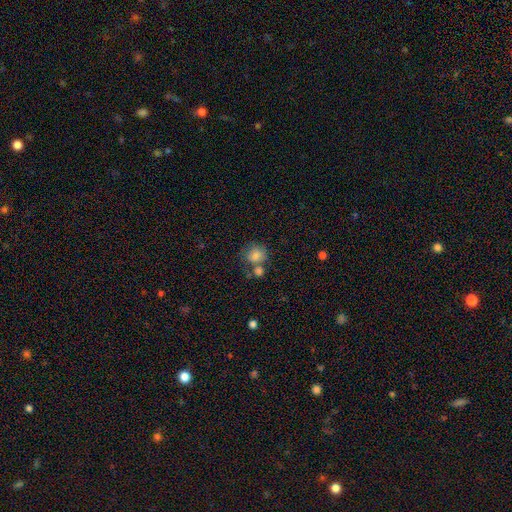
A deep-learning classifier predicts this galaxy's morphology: The model was most divided on "merging": none: 51%, merger: 28%, minor disturbance: 15%, major disturbance: 7%. More confident: smooth or featured — smooth (80%); how rounded — round (78%).